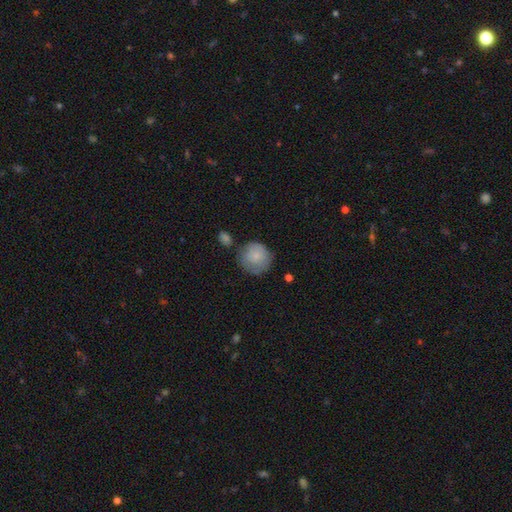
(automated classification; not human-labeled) Smooth or featured: smooth — 80% (featured or disk — 14%)
How rounded: round — 90% (in between — 9%)
Merging: none — 64% (minor disturbance — 22%)